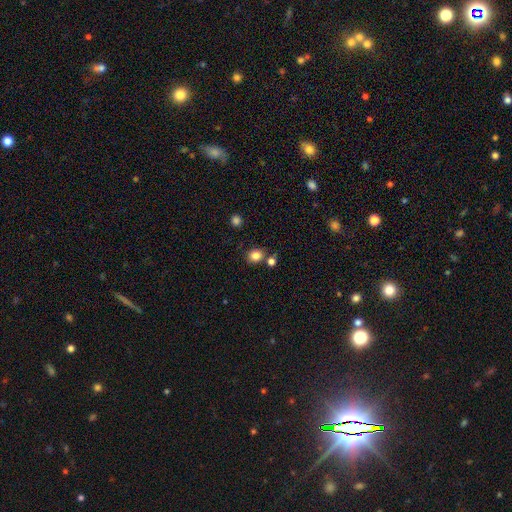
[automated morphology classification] A smooth galaxy with no disk features (83%) that is round (71%).

Vote fractions:
- Smooth or featured? smooth: 83% / star or artifact: 12% / featured or disk: 5%
- How rounded? round: 71% / in between: 28% / cigar-shaped: 1%
- Merging? none: 76% / merger: 11% / minor disturbance: 10% / major disturbance: 3%